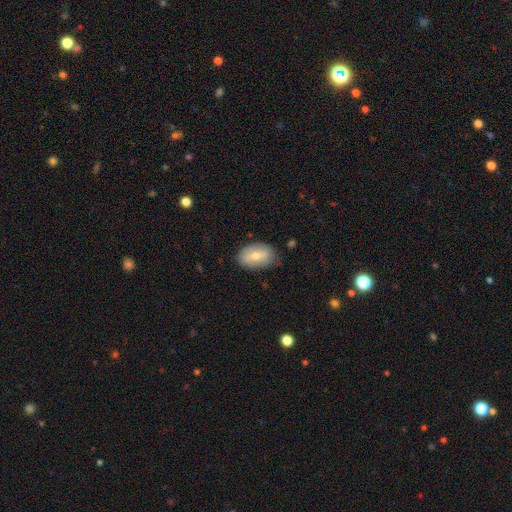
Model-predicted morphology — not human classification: Overall: smooth (66%; featured or disk 27%). How rounded: in between (90%). Merging: none (74%).